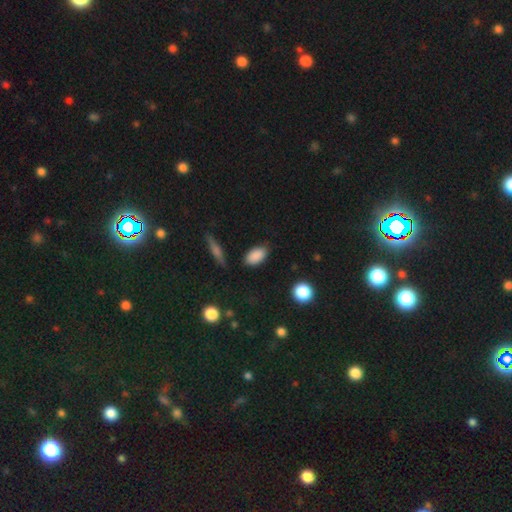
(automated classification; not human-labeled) Smooth or featured? smooth (87%)
How rounded? in between (91%)
Merging? none (80%)